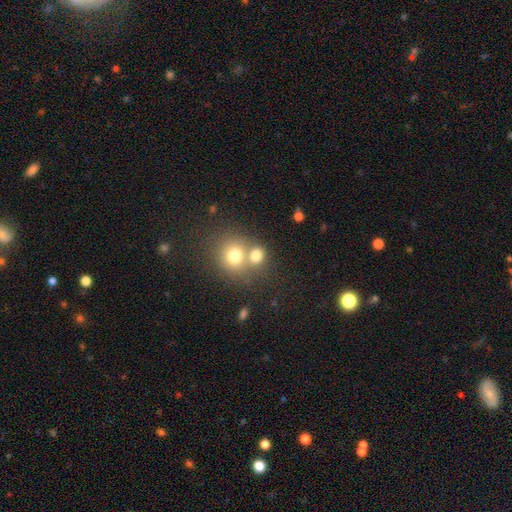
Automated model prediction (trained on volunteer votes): Smooth or featured?
  - smooth: 74% *
  - star or artifact: 13%
  - featured or disk: 12%
How rounded?
  - round: 73% *
  - in between: 26%
  - cigar-shaped: 1%
Merging?
  - merger: 49% *
  - none: 40%
  - minor disturbance: 7%
  - major disturbance: 4%